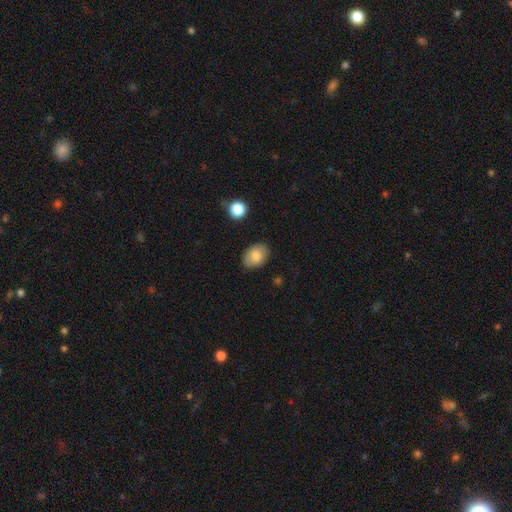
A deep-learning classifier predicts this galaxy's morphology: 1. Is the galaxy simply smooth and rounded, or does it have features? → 81% smooth, 11% featured or disk, 7% star or artifact.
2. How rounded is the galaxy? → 83% in between, 16% round, 1% cigar-shaped.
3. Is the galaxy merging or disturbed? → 85% none, 11% minor disturbance, 2% major disturbance, 2% merger.